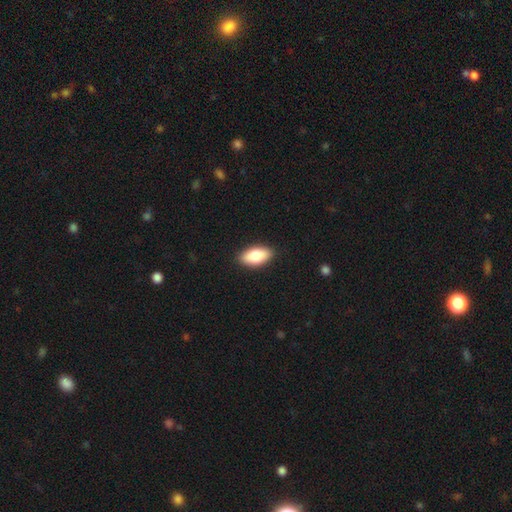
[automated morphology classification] Smooth or featured: smooth — 81% (featured or disk — 13%)
How rounded: in between — 89% (cigar-shaped — 7%)
Merging: none — 90% (minor disturbance — 7%)